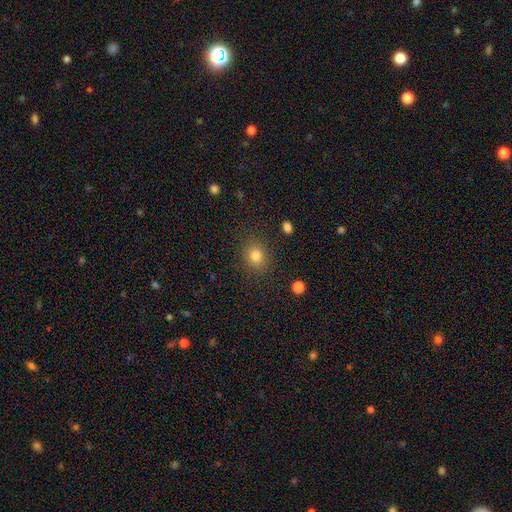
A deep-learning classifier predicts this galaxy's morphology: type=smooth (80%); roundness=round (68%); merging=none (86%).